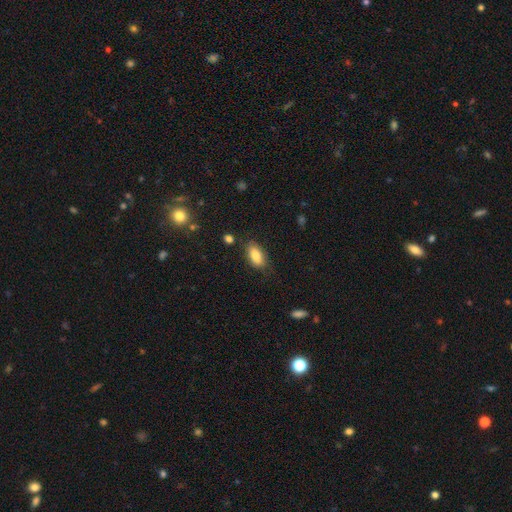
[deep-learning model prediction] smooth_or_featured: smooth (p=0.82) [alt: featured or disk p=0.10]
how_rounded: in between (p=0.90) [alt: cigar-shaped p=0.06]
merging: none (p=0.79) [alt: minor disturbance p=0.15]